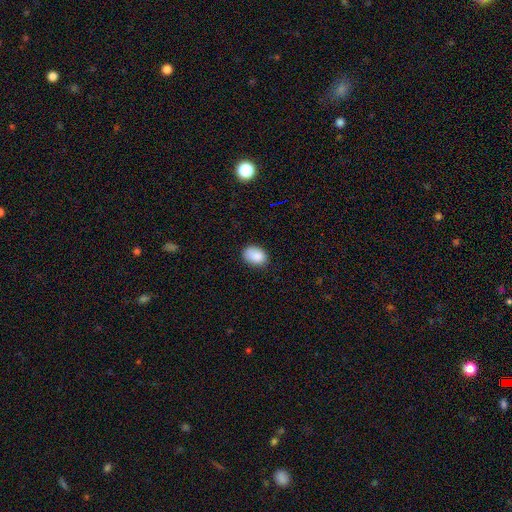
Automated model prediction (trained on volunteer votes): Smooth or featured? smooth (88%)
How rounded? in between (79%)
Merging? none (77%)